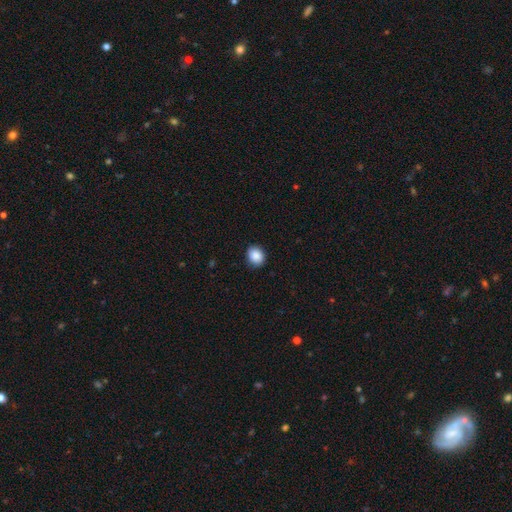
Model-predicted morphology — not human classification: A smooth galaxy with no disk features (89%) that is round (63%).

Vote fractions:
- Smooth or featured? smooth: 89% / star or artifact: 8% / featured or disk: 3%
- How rounded? round: 63% / in between: 36% / cigar-shaped: 1%
- Merging? none: 85% / minor disturbance: 12% / major disturbance: 2% / merger: 1%